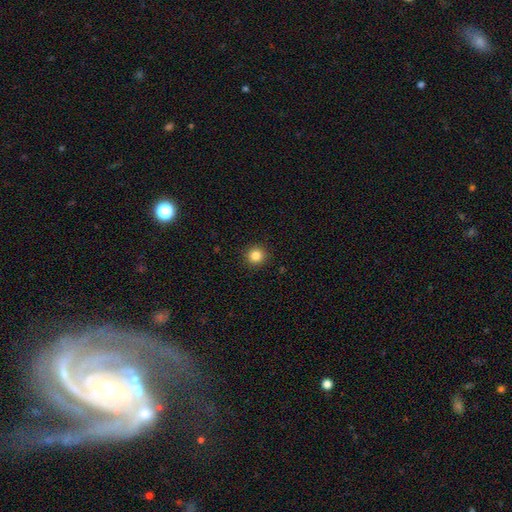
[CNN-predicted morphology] Smooth or featured? Predicted: smooth (p=0.84). How rounded? Predicted: round (p=0.95). Merging? Predicted: none (p=0.93).